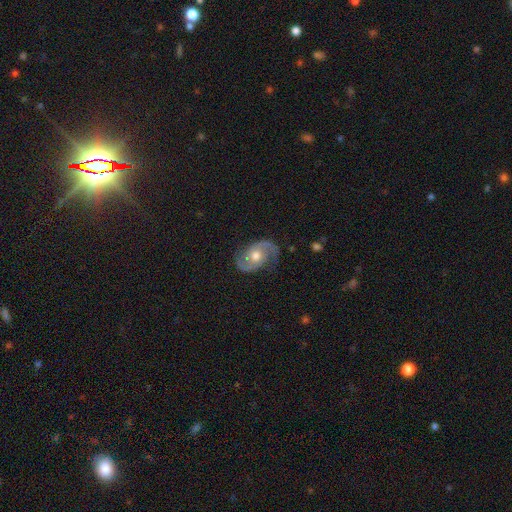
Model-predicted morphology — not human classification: smooth-or-featured: featured or disk: 86% | smooth: 9% | star or artifact: 5%
  disk-edge-on: no: 97% | yes: 3%
    bar: no: 71% | weak: 24% | strong: 5%
    has-spiral-arms: yes: 96% | no: 4%
      spiral-winding: medium: 53% | loose: 24% | tight: 23%
      spiral-arm-count: 2: 92% | can't tell: 3% | 1: 2% | 3: 1% | 4: 1% | more than 4: 1%
    bulge-size: moderate: 76% | small: 15% | large: 6% | none: 1% | dominant: 1%
  merging: none: 78% | minor disturbance: 16% | major disturbance: 5% | merger: 1%